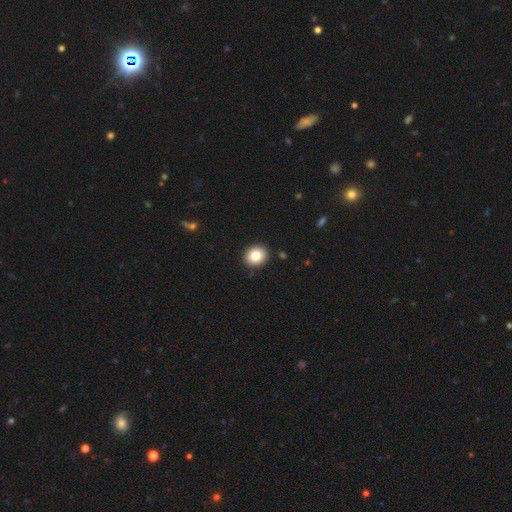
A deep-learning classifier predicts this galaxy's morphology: Smooth or featured: smooth — 83% (star or artifact — 9%)
How rounded: round — 71% (in between — 28%)
Merging: none — 91% (minor disturbance — 6%)